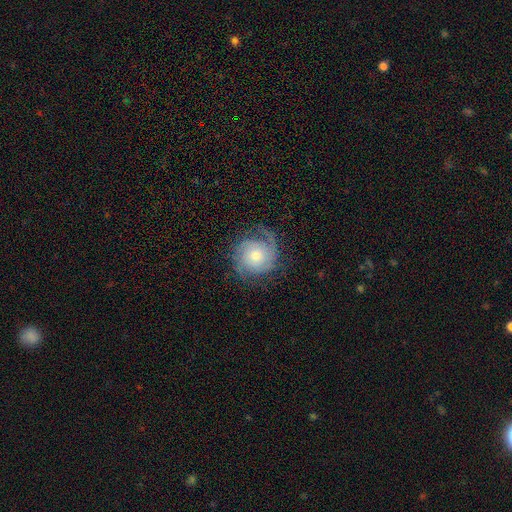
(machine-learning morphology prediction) Smooth or featured: featured or disk — 71% (smooth — 22%)
Edge-on disk: no — 98% (yes — 2%)
Bar: no — 78% (weak — 19%)
Spiral arms: yes — 93% (no — 7%)
Spiral winding: tight — 45% (medium — 35%)
Spiral arm count: 2 — 45% (can't tell — 22%)
Bulge size: moderate — 51% (small — 40%)
Merging: none — 66% (minor disturbance — 19%)